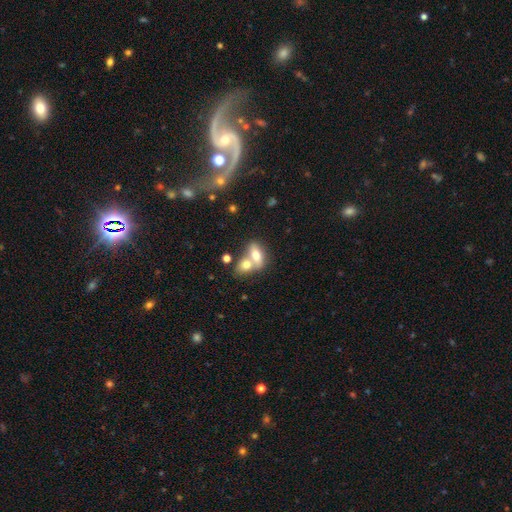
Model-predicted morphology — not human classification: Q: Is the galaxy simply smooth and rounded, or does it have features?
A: smooth — 71%.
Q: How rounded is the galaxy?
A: in between — 80%.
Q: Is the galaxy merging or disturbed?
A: merger — 62%.